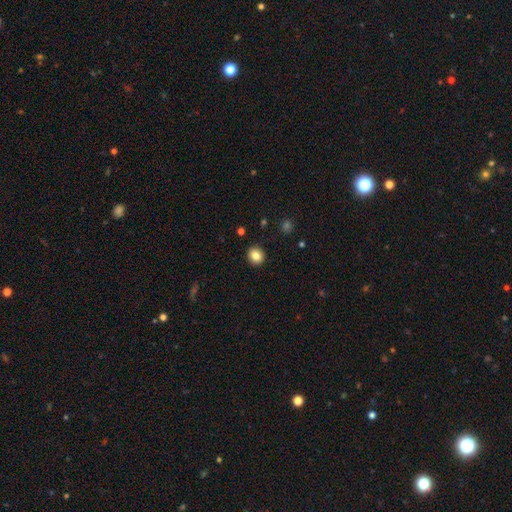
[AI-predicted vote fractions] Smooth or featured: smooth — 84% (star or artifact — 10%)
How rounded: round — 74% (in between — 25%)
Merging: none — 91% (minor disturbance — 6%)